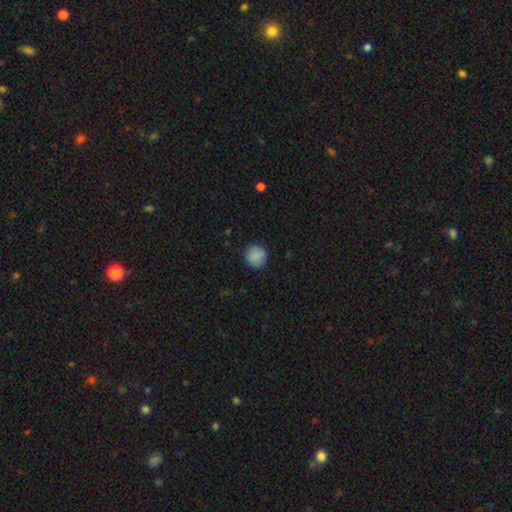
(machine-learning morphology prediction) Q: Smooth or featured?
A: smooth (87%); runner-up: star or artifact (8%)
Q: How rounded?
A: round (93%); runner-up: in between (6%)
Q: Merging?
A: none (88%); runner-up: minor disturbance (9%)